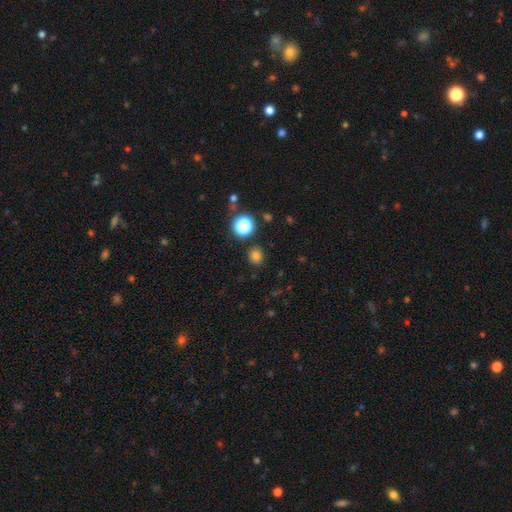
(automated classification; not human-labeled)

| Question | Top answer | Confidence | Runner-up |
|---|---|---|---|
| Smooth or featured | smooth | 77% | star or artifact (18%) |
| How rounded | round | 85% | in between (14%) |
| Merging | none | 87% | minor disturbance (7%) |